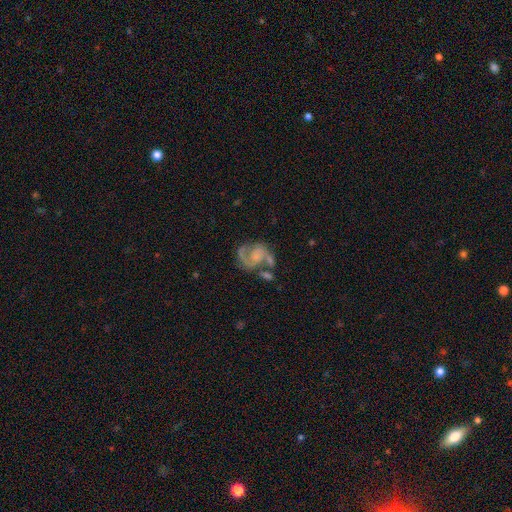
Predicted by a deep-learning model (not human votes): Smooth or featured? featured or disk (77%)
Edge-on disk? no (98%)
Bar? no (68%)
Spiral arms? yes (91%)
Spiral winding? medium (48%)
Spiral arm count? 2 (66%)
Bulge size? small (46%)
Merging? none (39%)